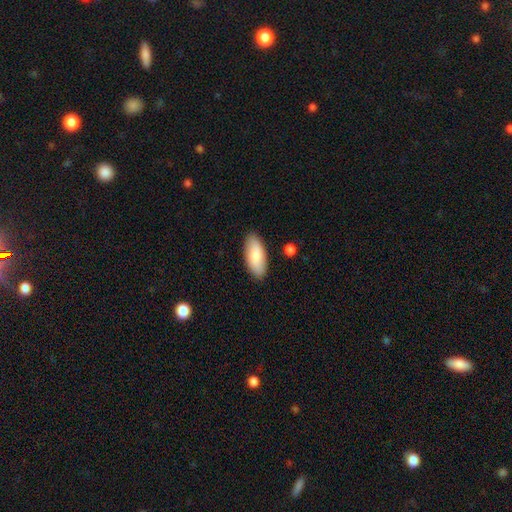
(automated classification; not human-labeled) Smooth or featured?
  - smooth: 84% *
  - featured or disk: 10%
  - star or artifact: 5%
How rounded?
  - in between: 85% *
  - cigar-shaped: 13%
  - round: 2%
Merging?
  - none: 87% *
  - minor disturbance: 9%
  - major disturbance: 2%
  - merger: 2%